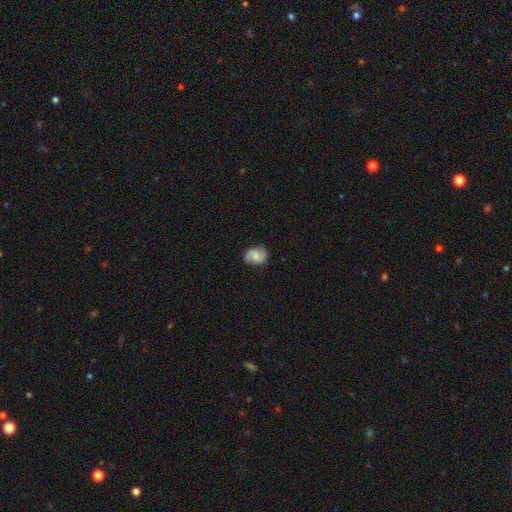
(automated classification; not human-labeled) A featured or disk galaxy (64%) with no bar (55%), 2 (89%) medium (48%) spiral arms (94%) and a small central bulge (45%). Merging: none (80%).